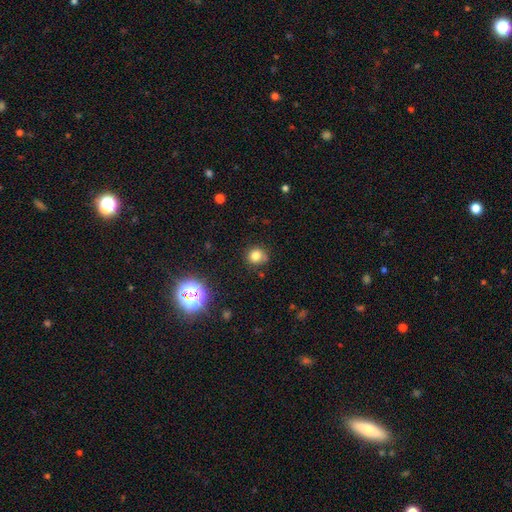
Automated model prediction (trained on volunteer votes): Smooth or featured?
  - smooth: 78% *
  - star or artifact: 15%
  - featured or disk: 7%
How rounded?
  - round: 84% *
  - in between: 15%
  - cigar-shaped: 1%
Merging?
  - none: 72% *
  - minor disturbance: 18%
  - merger: 5%
  - major disturbance: 5%